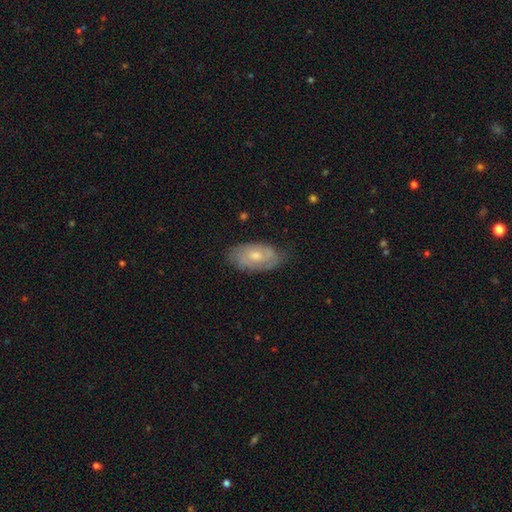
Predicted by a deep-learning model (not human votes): The model was most divided on "smooth or featured": featured or disk: 56%, smooth: 38%, star or artifact: 7%. More confident: edge-on disk — no (92%); spiral arms — yes (73%); merging — none (72%); bar — no (65%); bulge size — moderate (59%).